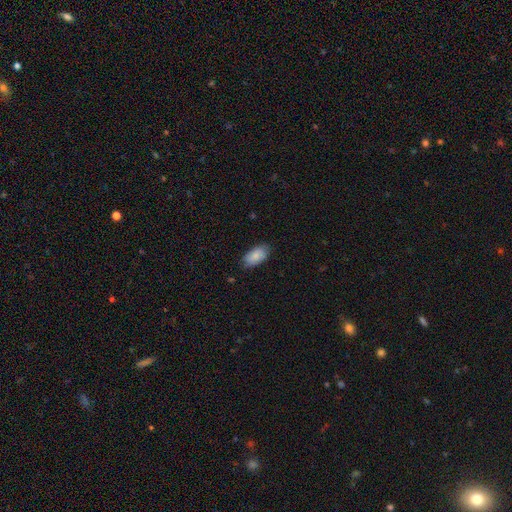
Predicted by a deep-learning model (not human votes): Smooth or featured: smooth — 85% (featured or disk — 9%)
How rounded: in between — 94% (cigar-shaped — 3%)
Merging: none — 81% (minor disturbance — 16%)